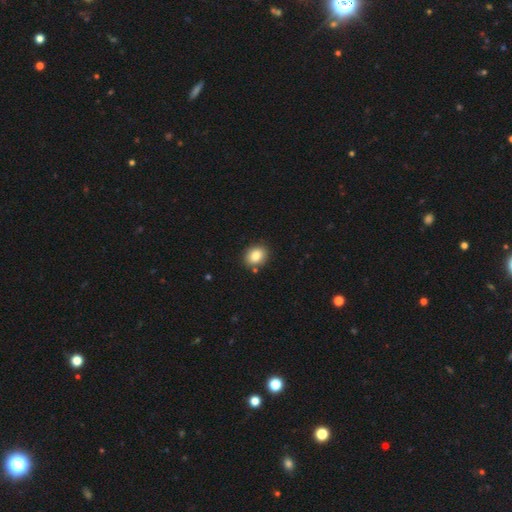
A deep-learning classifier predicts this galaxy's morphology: Smooth or featured? smooth (85%)
How rounded? in between (52%)
Merging? none (85%)